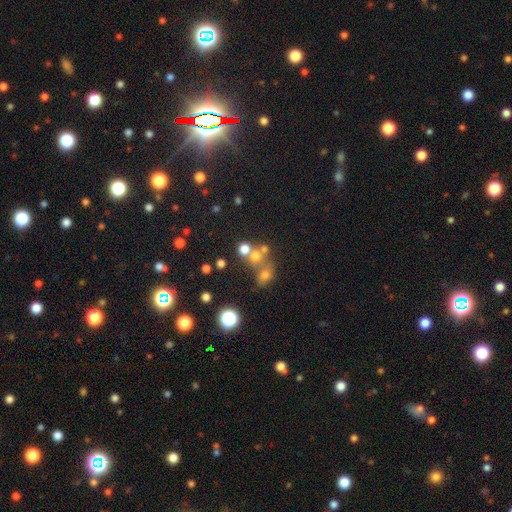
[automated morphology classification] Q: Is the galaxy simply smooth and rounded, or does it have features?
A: smooth — 62%.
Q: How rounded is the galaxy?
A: round — 82%.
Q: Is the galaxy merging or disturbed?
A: none — 47%.